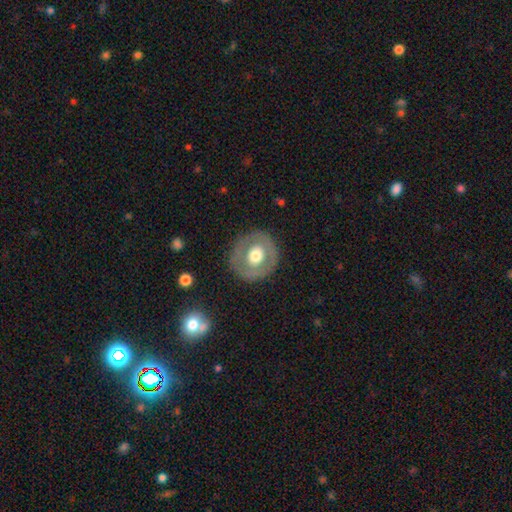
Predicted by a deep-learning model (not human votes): This appears to be a smooth galaxy with no disk features (48%). Merging: none (82%).